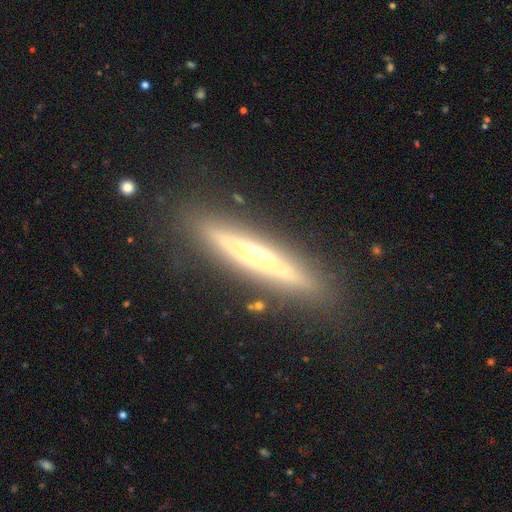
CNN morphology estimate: The model was most divided on "smooth or featured": featured or disk: 72%, smooth: 21%, star or artifact: 7%. More confident: edge-on disk — yes (88%); merging — none (84%); edge-on bulge — rounded (79%).